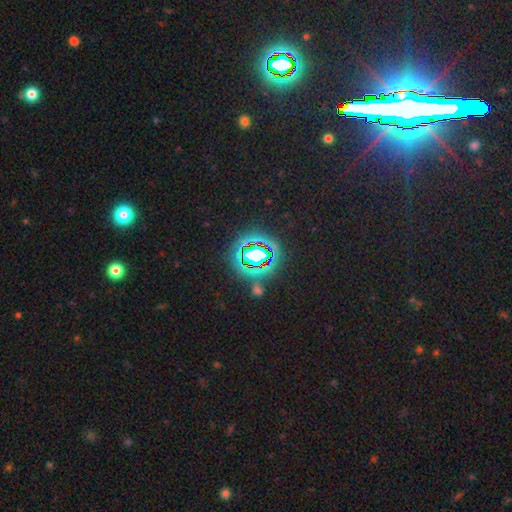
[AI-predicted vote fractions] Q: Smooth or featured?
A: star or artifact (71%); runner-up: smooth (18%)